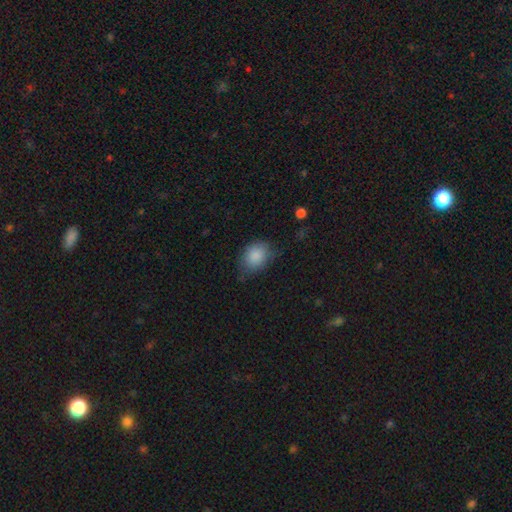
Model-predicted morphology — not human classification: Overall: smooth (87%). How rounded: in between (66%; round 33%). Merging: none (62%; minor disturbance 28%).